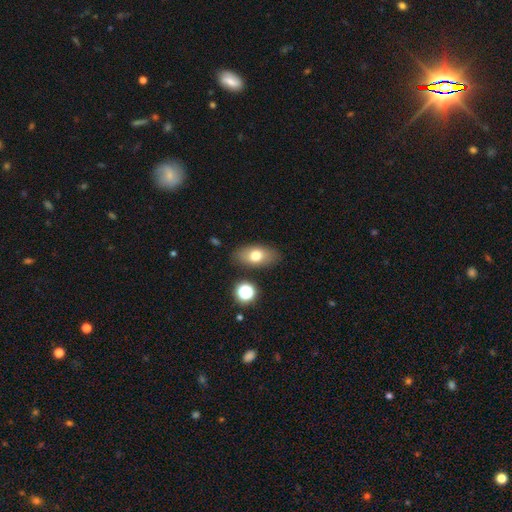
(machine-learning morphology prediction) Smooth or featured? Predicted: smooth (p=0.73). How rounded? Predicted: in between (p=0.87). Merging? Predicted: none (p=0.83).